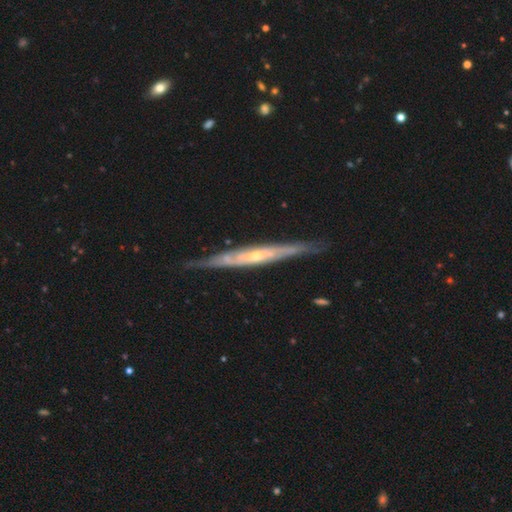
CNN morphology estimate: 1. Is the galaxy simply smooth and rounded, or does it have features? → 79% featured or disk, 16% smooth, 5% star or artifact.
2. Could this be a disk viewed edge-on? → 84% yes, 16% no.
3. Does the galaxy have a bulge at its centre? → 50% rounded, 43% none, 6% boxy.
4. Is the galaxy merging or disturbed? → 78% none, 17% minor disturbance, 3% major disturbance, 2% merger.